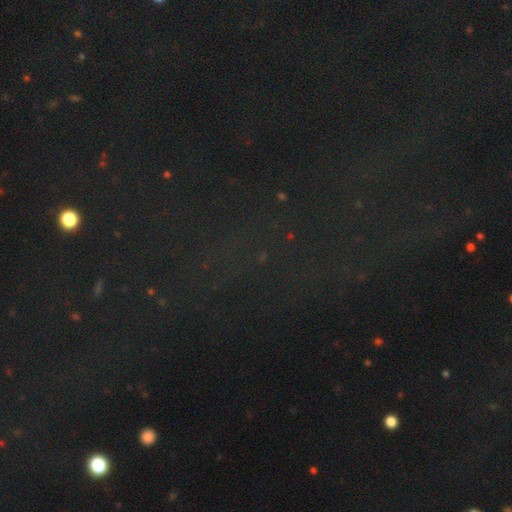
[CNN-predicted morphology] The model was most divided on "smooth or featured": star or artifact: 79%, smooth: 13%, featured or disk: 8%.